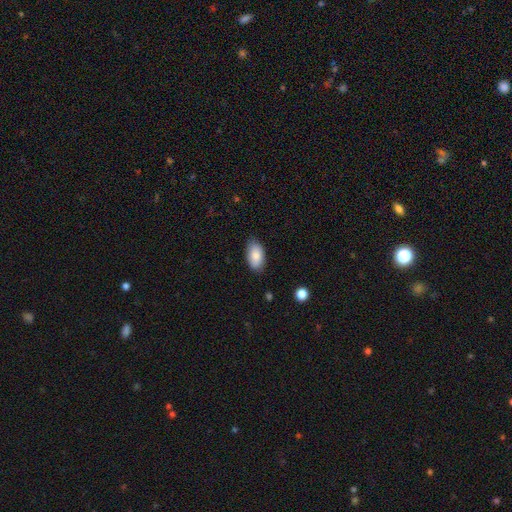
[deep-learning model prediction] This appears to be a smooth galaxy with no disk features (85%) that is in between round and cigar-shaped (94%). Merging: none (84%).